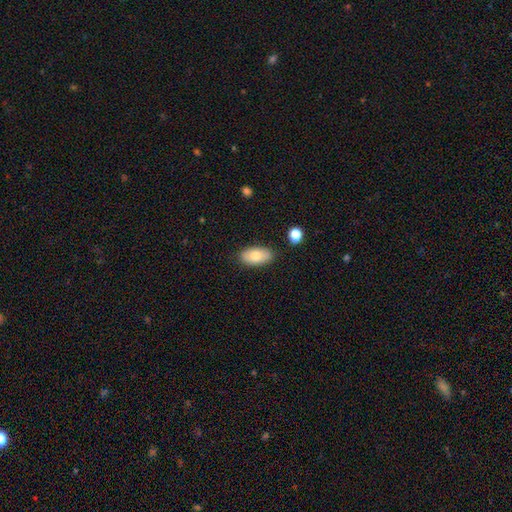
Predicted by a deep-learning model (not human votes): smooth 78%, featured or disk 15%, star or artifact 7%. Down the decision tree: how rounded — in between (93%); merging — none (84%).